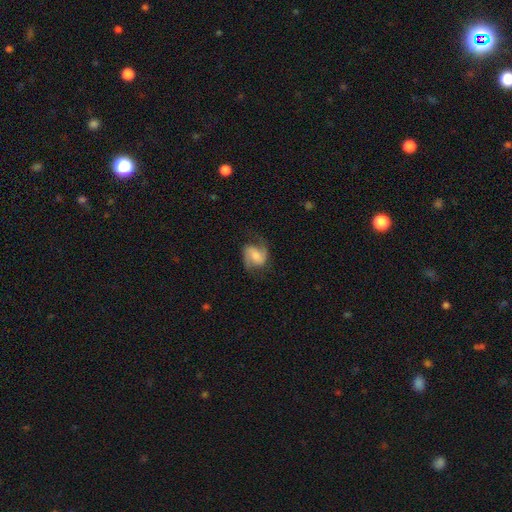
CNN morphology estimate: A featured or disk galaxy (71%) with a weak bar (44%), 2 (87%) medium (47%) spiral arms (94%) and a moderate central bulge (35%).

Vote fractions:
- Smooth or featured? featured or disk: 71% / smooth: 22% / star or artifact: 7%
- Edge-on disk? no: 97% / yes: 3%
- Bar? weak: 44% / no: 38% / strong: 18%
- Spiral arms? yes: 94% / no: 6%
- Spiral winding? medium: 47% / loose: 37% / tight: 16%
- Spiral arm count? 2: 87% / 1: 5% / can't tell: 4% / 3: 2% / 4: 1% / more than 4: 1%
- Bulge size? moderate: 35% / small: 29% / none: 17% / large: 15% / dominant: 3%
- Merging? none: 65% / minor disturbance: 20% / major disturbance: 14% / merger: 1%